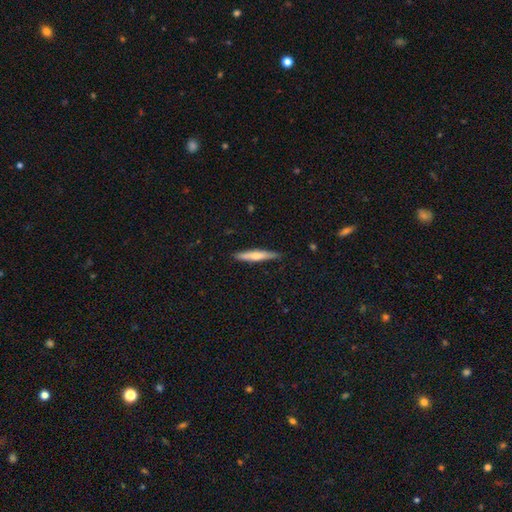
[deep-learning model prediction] Smooth or featured? Predicted: smooth (p=0.54). How rounded? Predicted: cigar-shaped (p=0.91). Merging? Predicted: none (p=0.88).